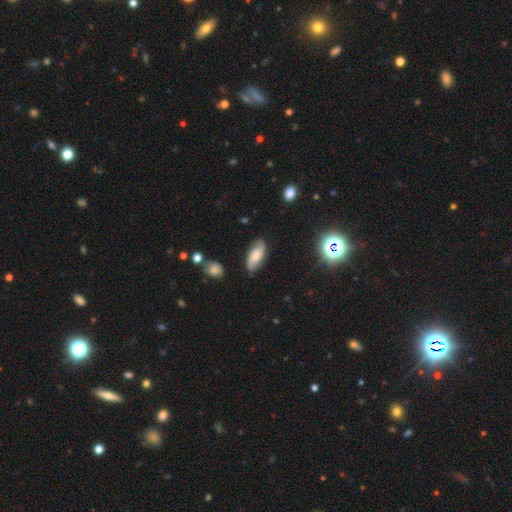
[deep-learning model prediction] Smooth or featured: smooth — 54% (featured or disk — 36%)
How rounded: in between — 87% (cigar-shaped — 10%)
Merging: none — 80% (minor disturbance — 15%)